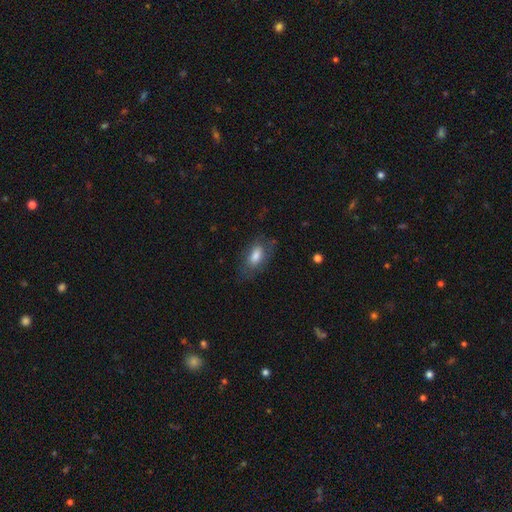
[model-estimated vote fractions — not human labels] This appears to be a smooth galaxy with no disk features (73%) that is in between round and cigar-shaped (88%). Merging: none (64%).